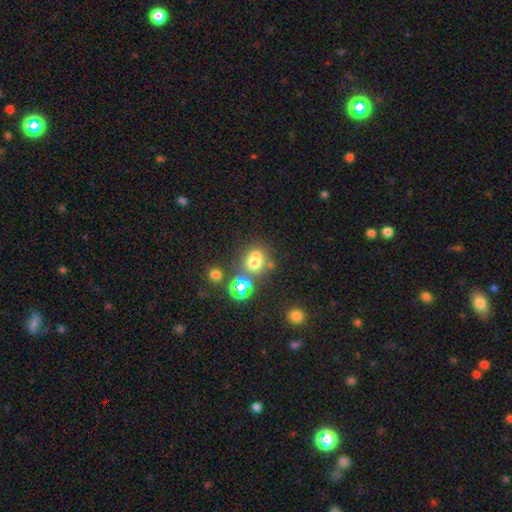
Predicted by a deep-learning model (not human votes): smooth-or-featured: smooth: 63% | star or artifact: 24% | featured or disk: 14%
  how-rounded: round: 77% | in between: 22% | cigar-shaped: 1%
  merging: none: 53% | merger: 29% | minor disturbance: 12% | major disturbance: 6%